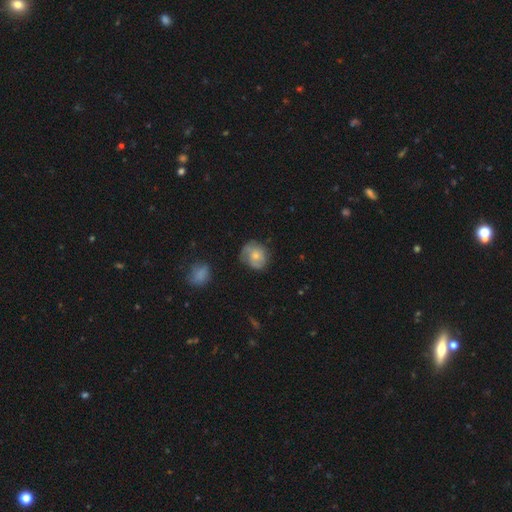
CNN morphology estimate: Overall: smooth (52%; featured or disk 41%). How rounded: round (67%; in between 32%). Merging: none (59%; minor disturbance 29%).